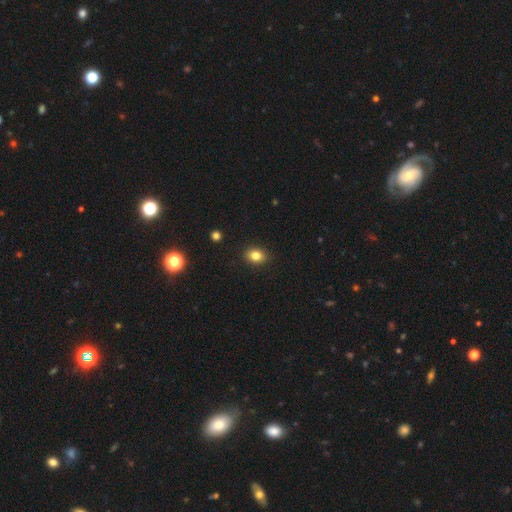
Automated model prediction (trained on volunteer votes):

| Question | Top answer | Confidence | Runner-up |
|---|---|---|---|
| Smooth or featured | smooth | 82% | star or artifact (11%) |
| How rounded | in between | 65% | round (34%) |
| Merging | none | 89% | minor disturbance (8%) |